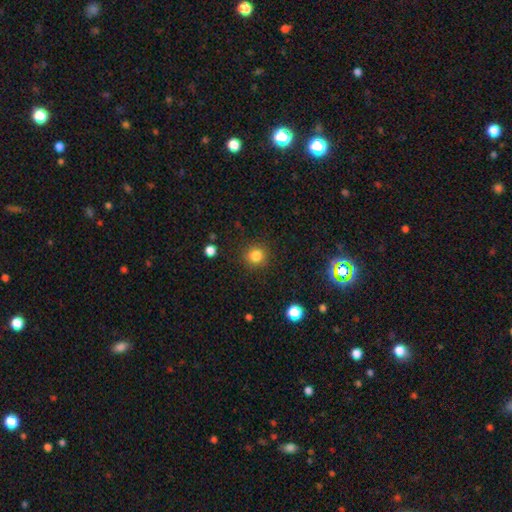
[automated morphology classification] The model was most divided on "smooth or featured": smooth: 83%, star or artifact: 12%, featured or disk: 5%. More confident: how rounded — round (92%); merging — none (89%).